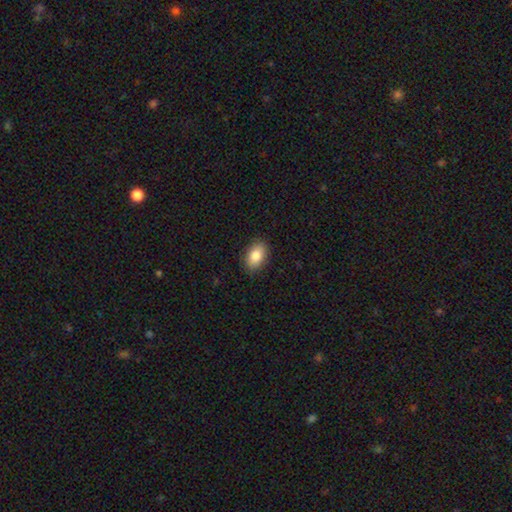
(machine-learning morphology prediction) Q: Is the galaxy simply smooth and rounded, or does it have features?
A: smooth — 85%.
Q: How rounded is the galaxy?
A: in between — 90%.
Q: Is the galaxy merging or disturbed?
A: none — 88%.